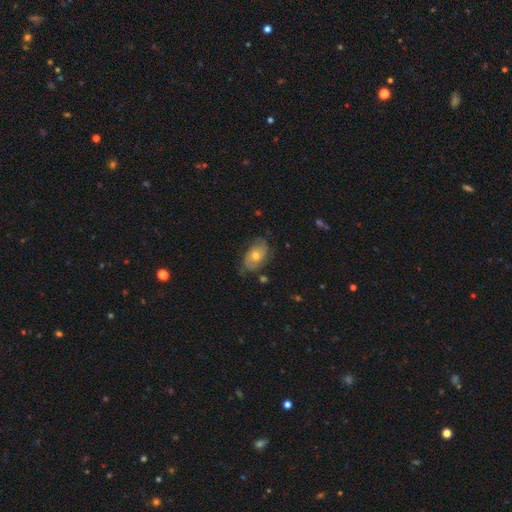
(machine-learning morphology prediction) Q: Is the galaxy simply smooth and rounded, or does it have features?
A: featured or disk — 47%.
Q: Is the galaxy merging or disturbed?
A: none — 68%.